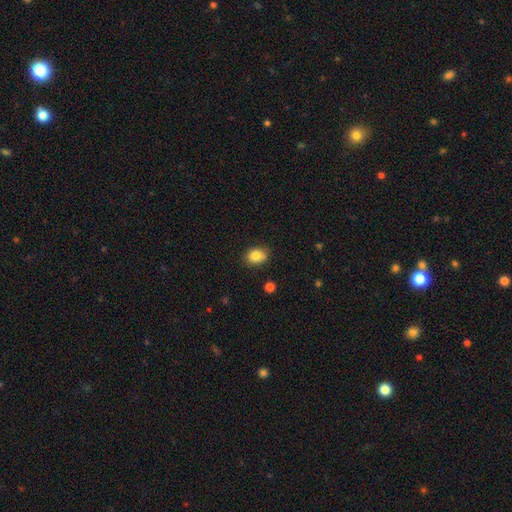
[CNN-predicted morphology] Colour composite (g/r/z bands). It shows a smooth galaxy with no disk features (84%) that is in between round and cigar-shaped (59%). Merging: none (81%).